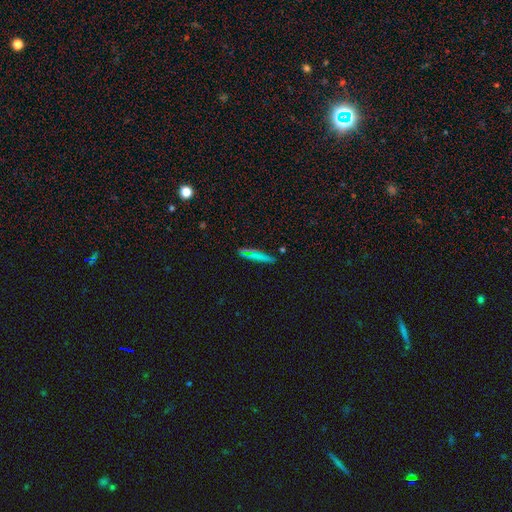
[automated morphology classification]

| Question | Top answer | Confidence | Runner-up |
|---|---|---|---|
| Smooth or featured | smooth | 66% | featured or disk (19%) |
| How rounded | cigar-shaped | 85% | in between (11%) |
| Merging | none | 83% | minor disturbance (12%) |